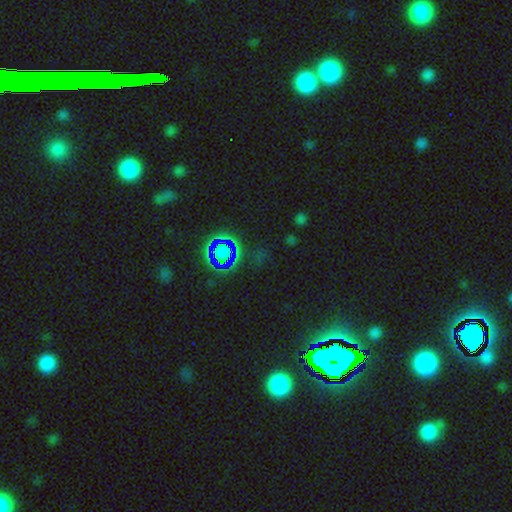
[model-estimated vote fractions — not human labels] star or artifact 73%, smooth 17%, featured or disk 10%.